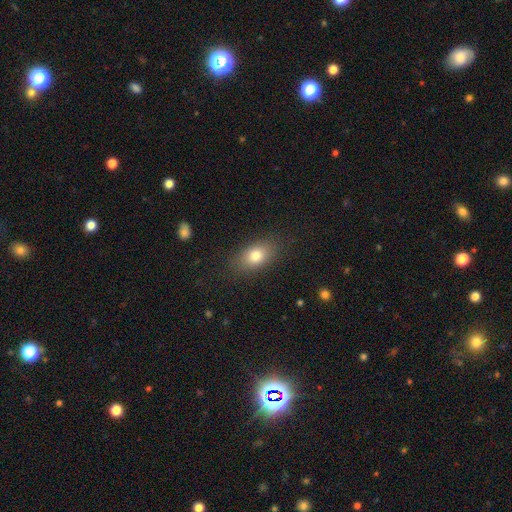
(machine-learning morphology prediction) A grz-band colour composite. It shows a smooth galaxy with no disk features (78%) that is in between round and cigar-shaped (82%). Merging: none (84%).